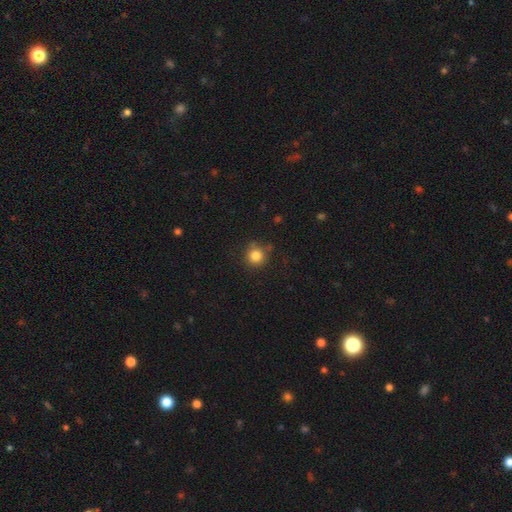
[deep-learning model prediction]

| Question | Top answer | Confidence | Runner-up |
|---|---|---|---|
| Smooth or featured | smooth | 83% | star or artifact (12%) |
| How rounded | round | 93% | in between (6%) |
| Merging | none | 82% | minor disturbance (12%) |